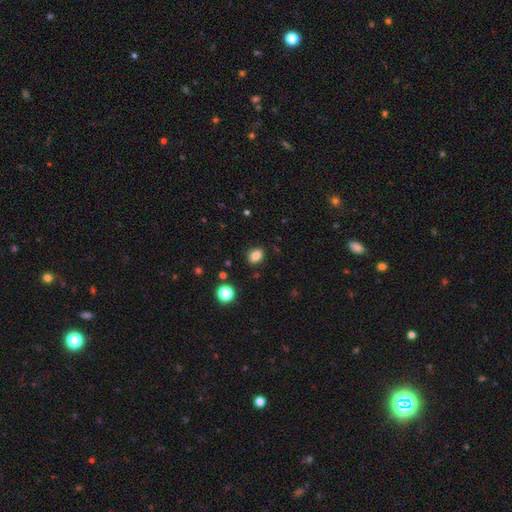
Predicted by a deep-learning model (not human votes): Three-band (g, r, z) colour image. It shows a smooth galaxy with no disk features (84%) that is in between round and cigar-shaped (71%). Merging: none (86%).